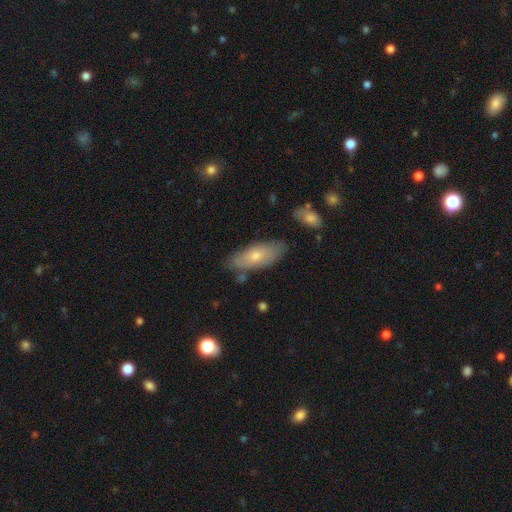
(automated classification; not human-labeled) smooth_or_featured: smooth (p=0.61) [alt: featured or disk p=0.32]
how_rounded: in between (p=0.75) [alt: cigar-shaped p=0.22]
merging: none (p=0.76) [alt: minor disturbance p=0.18]